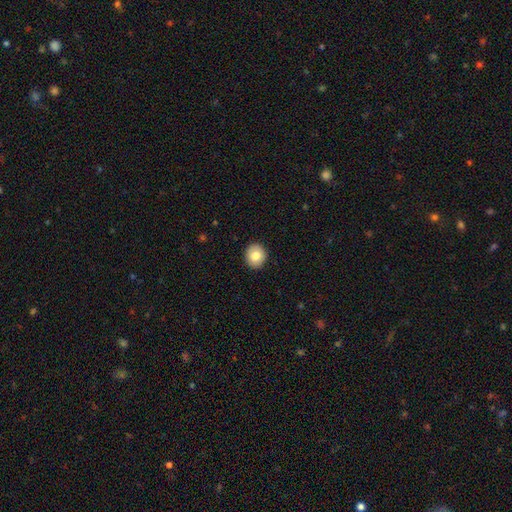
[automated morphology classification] smooth 80%, featured or disk 12%, star or artifact 8%. Down the decision tree: how rounded — round (82%); merging — none (92%).